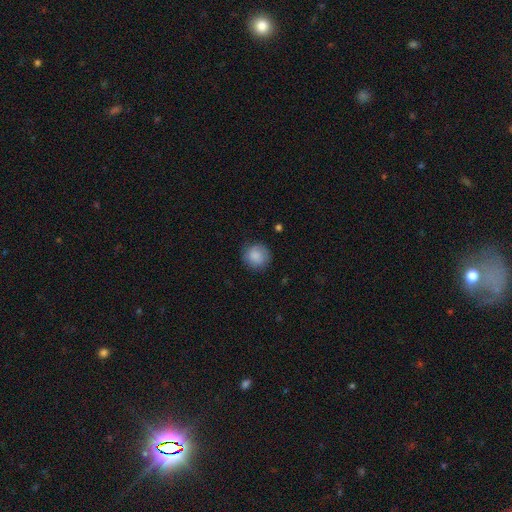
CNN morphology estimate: Smooth or featured: smooth — 86% (star or artifact — 7%)
How rounded: round — 90% (in between — 9%)
Merging: none — 83% (minor disturbance — 12%)